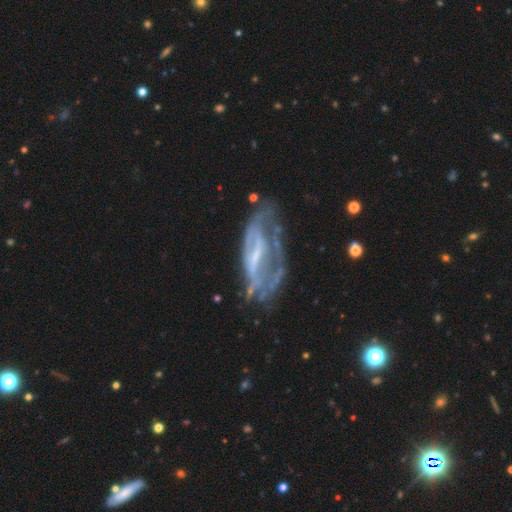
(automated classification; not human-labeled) This appears to be a featured or disk galaxy (77%) with a weak bar (38%), spiral arms (62%) and a small central bulge (45%). Merging: none (43%).